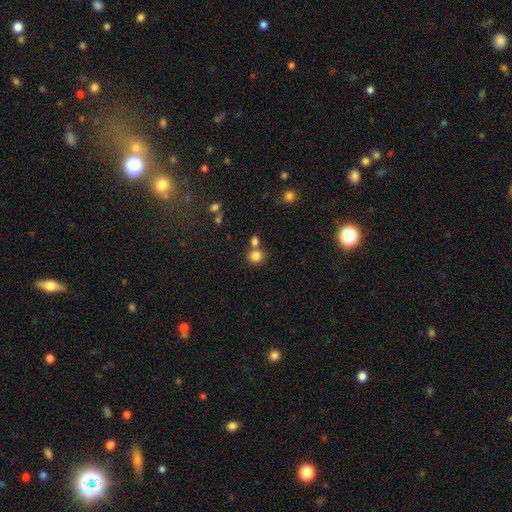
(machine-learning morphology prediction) The model was most divided on "merging": none: 58%, merger: 30%, minor disturbance: 8%, major disturbance: 3%. More confident: how rounded — round (82%); smooth or featured — smooth (81%).